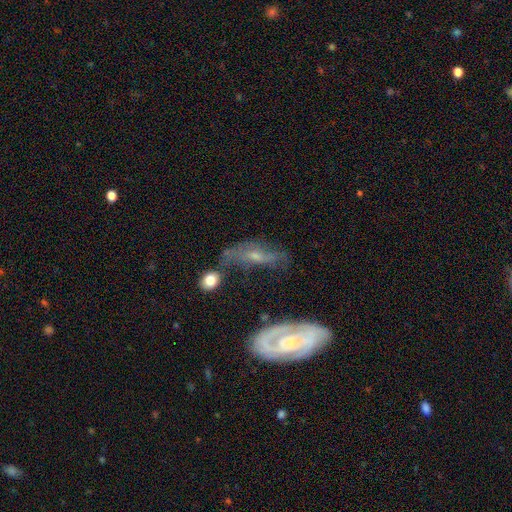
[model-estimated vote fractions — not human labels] smooth_or_featured: featured or disk (p=0.65) [alt: smooth p=0.25]
disk_edge_on: no (p=0.82) [alt: yes p=0.18]
bar: no (p=0.57) [alt: weak p=0.32]
has_spiral_arms: yes (p=0.76) [alt: no p=0.24]
bulge_size: small (p=0.55) [alt: moderate p=0.35]
merging: none (p=0.43) [alt: minor disturbance p=0.25]